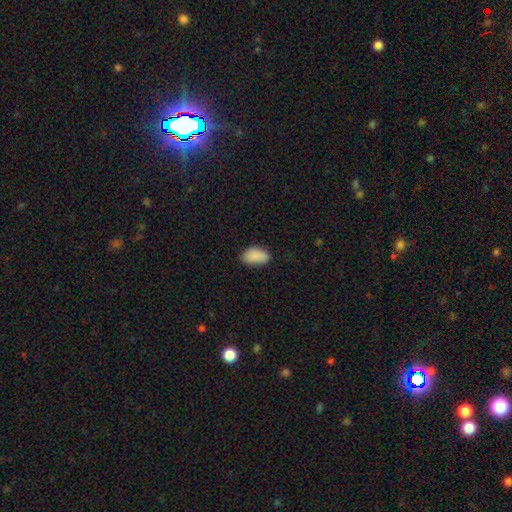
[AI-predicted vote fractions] Smooth or featured? Predicted: smooth (p=0.89). How rounded? Predicted: in between (p=0.93). Merging? Predicted: none (p=0.76).